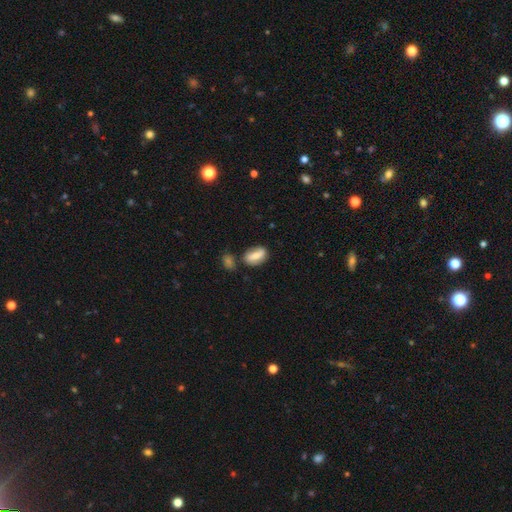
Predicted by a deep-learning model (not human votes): Morphology: type=smooth (64%); roundness=in between (85%); merging=none (62%).